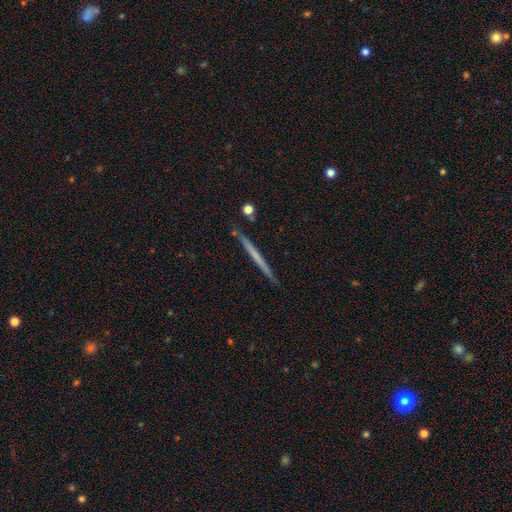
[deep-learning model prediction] Smooth or featured? Predicted: featured or disk (p=0.52). Edge-on disk? Predicted: yes (p=0.98). Edge-on bulge? Predicted: none (p=0.92). Merging? Predicted: none (p=0.91).